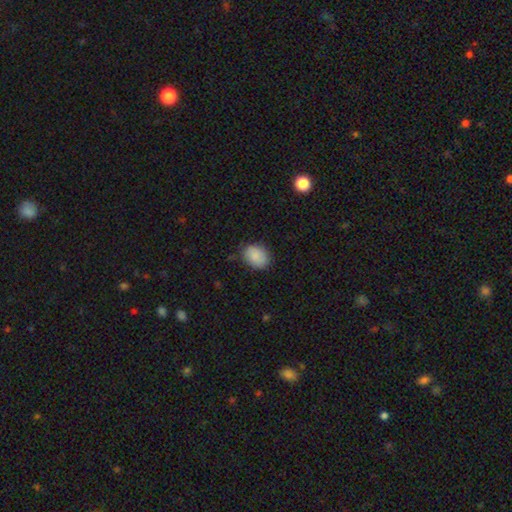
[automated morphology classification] The model was most divided on "how rounded": in between: 64%, round: 35%, cigar-shaped: 1%. More confident: smooth or featured — smooth (87%); merging — none (79%).